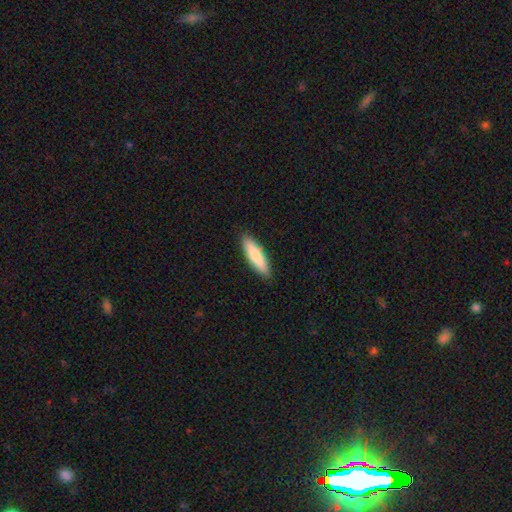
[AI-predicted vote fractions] Overall: smooth (82%). How rounded: cigar-shaped (70%). Merging: none (89%).